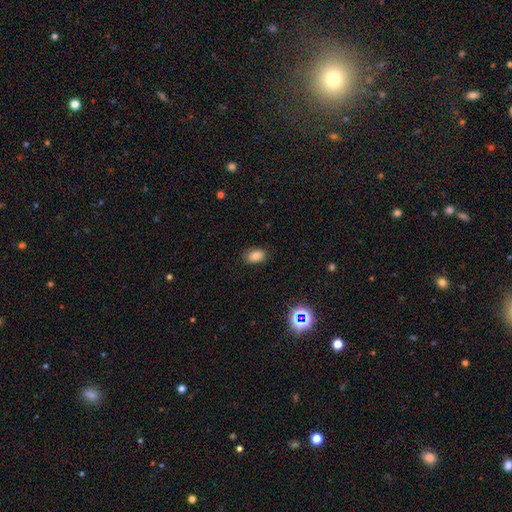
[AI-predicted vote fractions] A smooth galaxy with no disk features (82%) that is in between round and cigar-shaped (82%).

Vote fractions:
- Smooth or featured? smooth: 82% / star or artifact: 12% / featured or disk: 7%
- How rounded? in between: 82% / round: 16% / cigar-shaped: 1%
- Merging? none: 85% / minor disturbance: 12% / major disturbance: 3% / merger: 1%